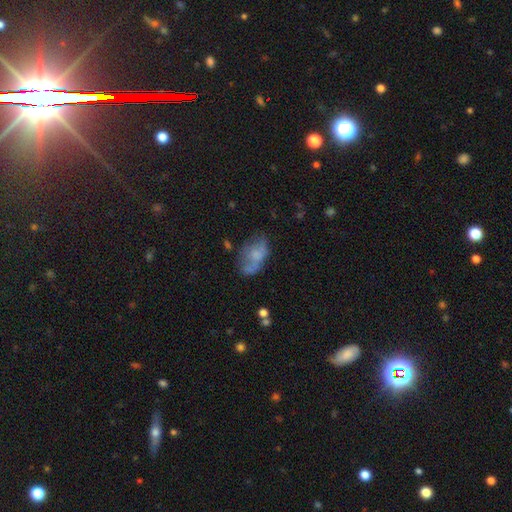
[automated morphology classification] Smooth or featured?
  - smooth: 53% *
  - featured or disk: 36%
  - star or artifact: 11%
How rounded?
  - in between: 88% *
  - round: 9%
  - cigar-shaped: 2%
Merging?
  - none: 38% *
  - minor disturbance: 27%
  - major disturbance: 22%
  - merger: 13%